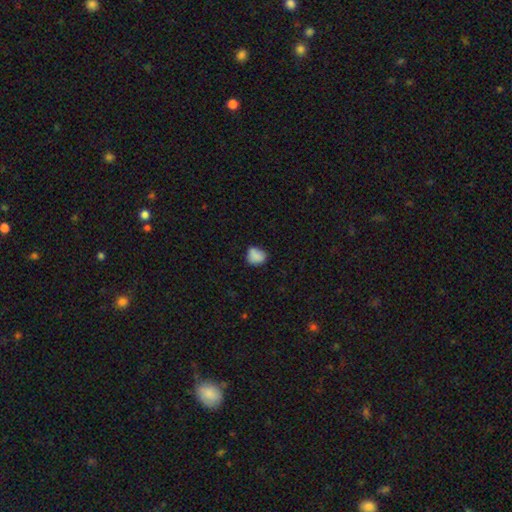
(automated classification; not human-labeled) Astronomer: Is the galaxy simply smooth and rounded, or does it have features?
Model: smooth — 83%.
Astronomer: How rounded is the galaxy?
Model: round — 53% (runner-up: in between, 46%).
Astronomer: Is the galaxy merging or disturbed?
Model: none — 58%.